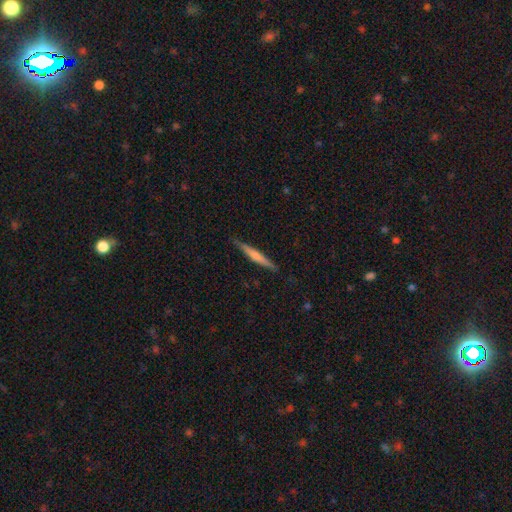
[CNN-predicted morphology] Overall: featured or disk (48%; smooth 47%). Merging: none (87%).